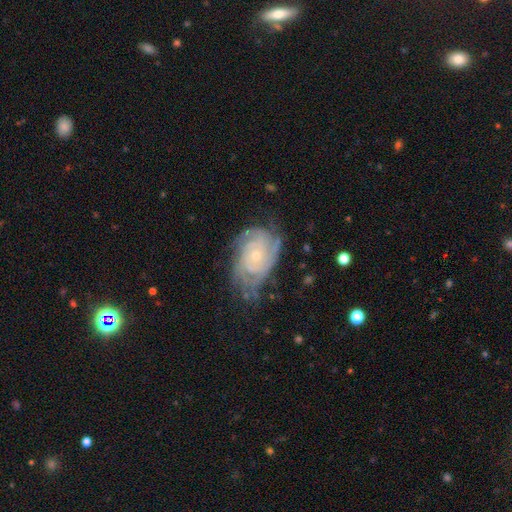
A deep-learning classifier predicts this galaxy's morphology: Q: Smooth or featured?
A: featured or disk (86%); runner-up: smooth (8%)
Q: Edge-on disk?
A: no (97%); runner-up: yes (3%)
Q: Bar?
A: no (76%); runner-up: weak (20%)
Q: Spiral arms?
A: yes (97%); runner-up: no (3%)
Q: Spiral winding?
A: tight (73%); runner-up: medium (23%)
Q: Spiral arm count?
A: can't tell (27%); runner-up: 3 (23%)
Q: Bulge size?
A: small (69%); runner-up: moderate (28%)
Q: Merging?
A: none (66%); runner-up: minor disturbance (23%)